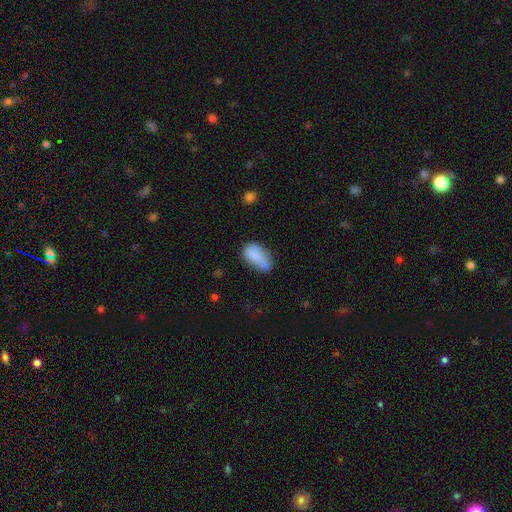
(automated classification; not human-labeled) This appears to be a smooth galaxy with no disk features (80%) that is in between round and cigar-shaped (88%). Merging: none (45%).